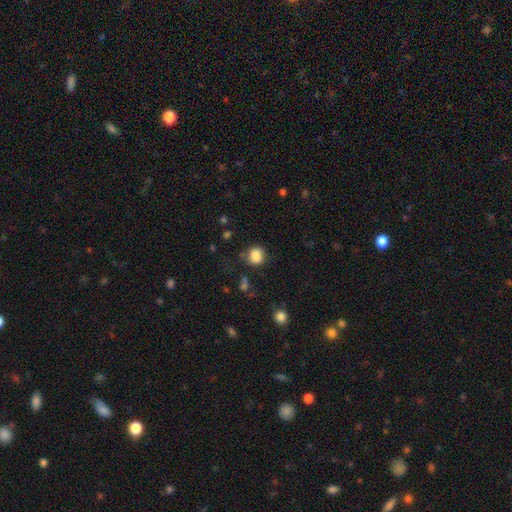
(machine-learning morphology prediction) Smooth or featured: smooth — 85% (star or artifact — 10%)
How rounded: round — 73% (in between — 26%)
Merging: none — 73% (minor disturbance — 18%)